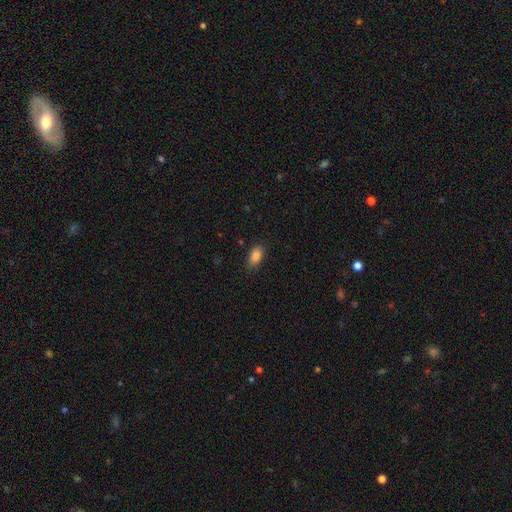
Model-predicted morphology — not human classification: type=smooth (87%); roundness=in between (89%); merging=none (82%).